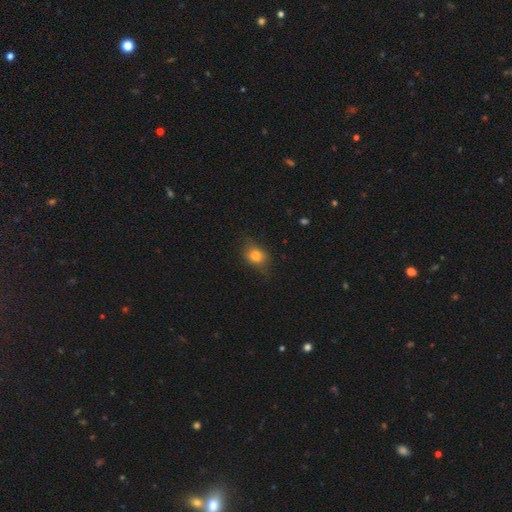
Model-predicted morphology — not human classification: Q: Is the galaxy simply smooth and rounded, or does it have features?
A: smooth — 75%.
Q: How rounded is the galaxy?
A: in between — 57%.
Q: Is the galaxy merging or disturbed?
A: none — 68%.